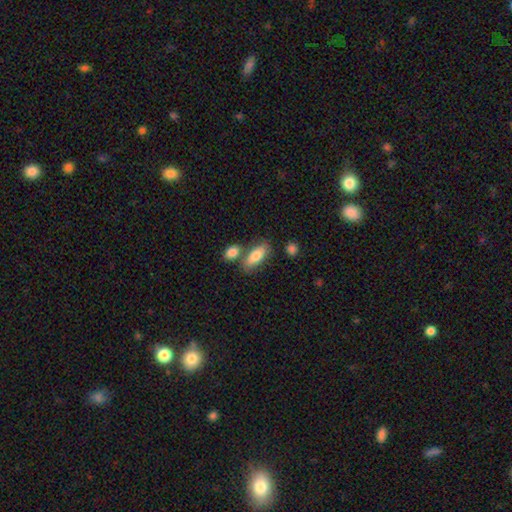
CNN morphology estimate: Smooth or featured: smooth — 78% (featured or disk — 16%)
How rounded: in between — 76% (cigar-shaped — 21%)
Merging: none — 62% (merger — 22%)